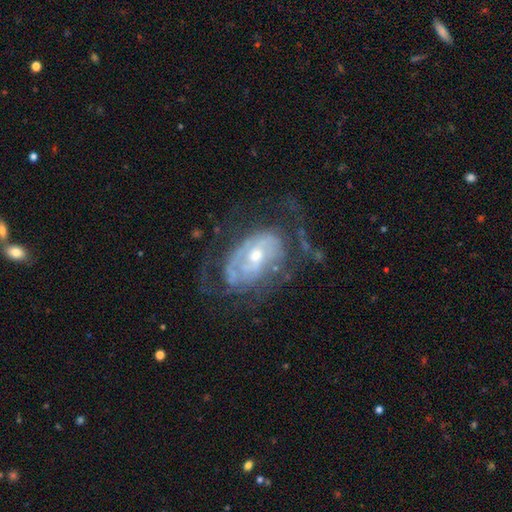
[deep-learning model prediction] Overall: featured or disk (83%). Edge-on disk: no (95%). Bar: no (58%; weak 32%). Spiral arms: yes (81%). Spiral arm count: can't tell (44%; 2 30%). Spiral winding: tight (51%; medium 32%). Bulge size: moderate (56%; small 37%). Merging: none (54%; major disturbance 24%).